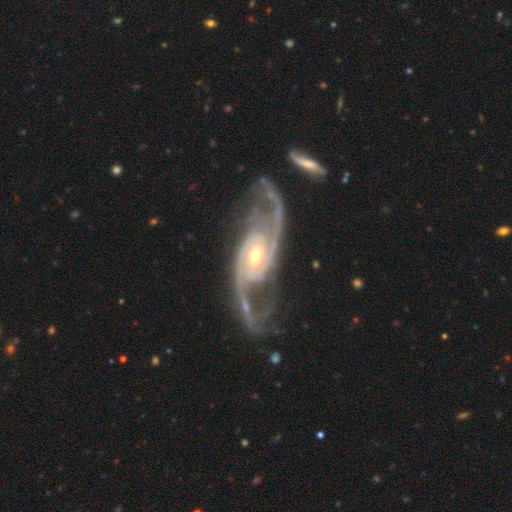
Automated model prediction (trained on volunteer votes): Smooth or featured? Predicted: featured or disk (p=0.93). Edge-on disk? Predicted: no (p=0.96). Bar? Predicted: no (p=0.42). Spiral arms? Predicted: yes (p=0.98). Spiral winding? Predicted: medium (p=0.52). Spiral arm count? Predicted: 2 (p=0.85). Bulge size? Predicted: moderate (p=0.52). Merging? Predicted: none (p=0.63).